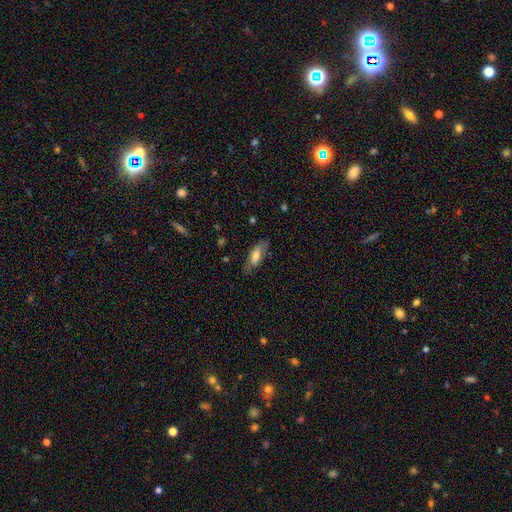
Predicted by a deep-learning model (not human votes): Smooth or featured? Predicted: smooth (p=0.61). How rounded? Predicted: in between (p=0.73). Merging? Predicted: none (p=0.73).